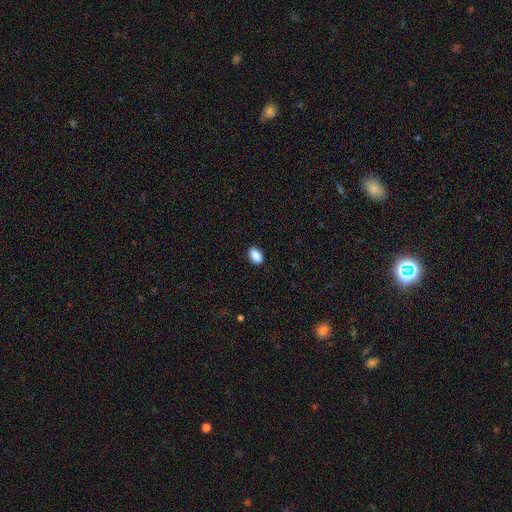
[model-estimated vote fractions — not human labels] smooth 90%, star or artifact 7%, featured or disk 3%. Down the decision tree: how rounded — in between (90%); merging — none (89%).